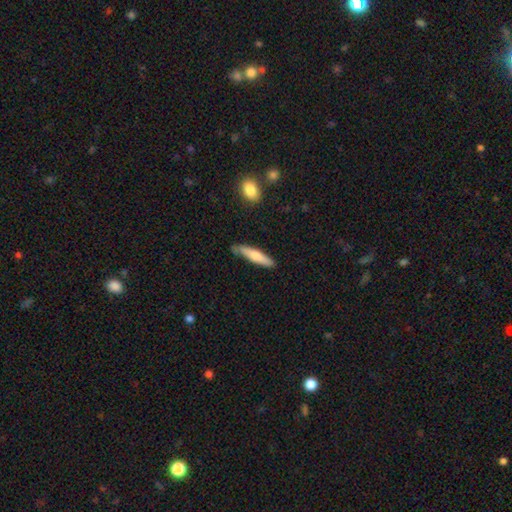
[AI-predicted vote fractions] Smooth or featured? smooth (65%)
How rounded? cigar-shaped (86%)
Merging? none (77%)